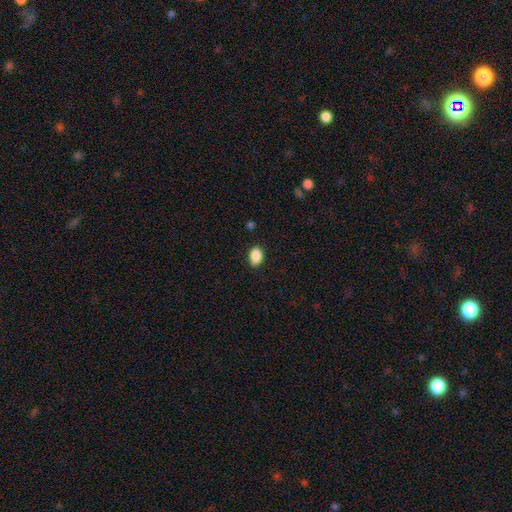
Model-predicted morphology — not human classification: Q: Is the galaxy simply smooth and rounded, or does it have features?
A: smooth — 88%.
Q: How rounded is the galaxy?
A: in between — 82%.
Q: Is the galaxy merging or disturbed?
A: none — 86%.